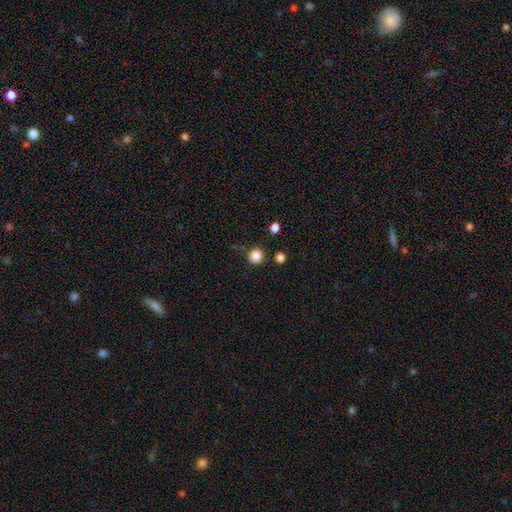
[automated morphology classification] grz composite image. It shows a smooth galaxy with no disk features (85%) that is round (95%). Merging: none (85%).